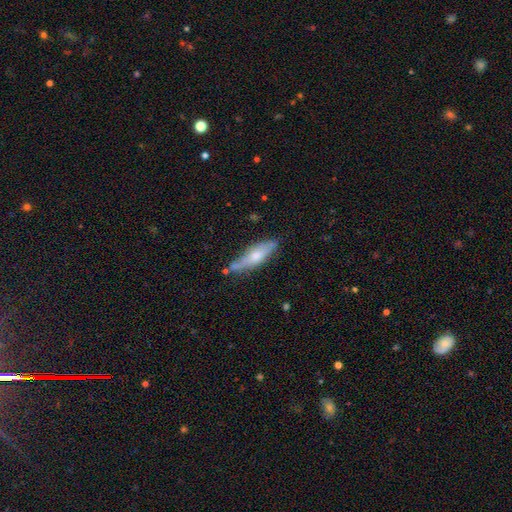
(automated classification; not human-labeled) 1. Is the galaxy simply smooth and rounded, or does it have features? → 49% smooth, 44% featured or disk, 7% star or artifact.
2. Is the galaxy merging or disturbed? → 65% none, 25% minor disturbance, 5% merger, 5% major disturbance.